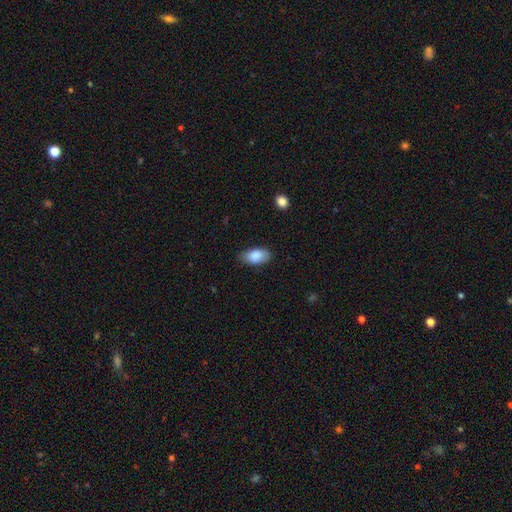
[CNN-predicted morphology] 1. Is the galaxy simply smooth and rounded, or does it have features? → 88% smooth, 7% star or artifact, 6% featured or disk.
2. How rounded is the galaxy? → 93% in between, 4% round, 3% cigar-shaped.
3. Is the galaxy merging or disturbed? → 78% none, 18% minor disturbance, 3% major disturbance, 1% merger.